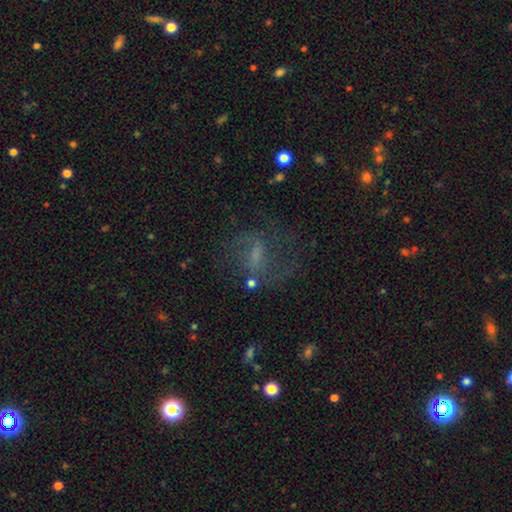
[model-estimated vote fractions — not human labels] Morphology: type=featured or disk (58%); edge-on=no (95%); bar=weak (50%); spiral arms=yes (78%); bulge=small (32%); merging=none (57%).